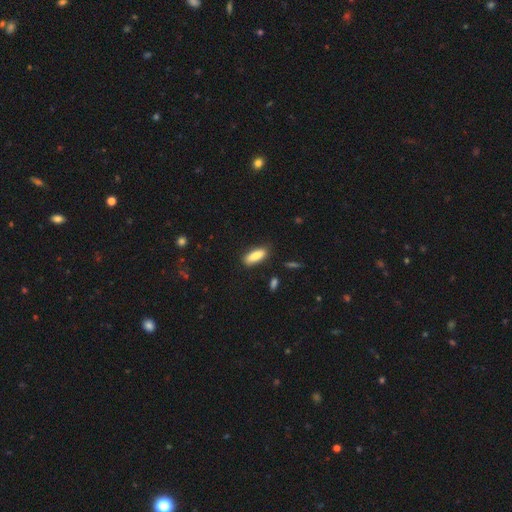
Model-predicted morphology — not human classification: The model was most divided on "how rounded": in between: 64%, cigar-shaped: 34%, round: 2%. More confident: smooth or featured — smooth (86%); merging — none (82%).